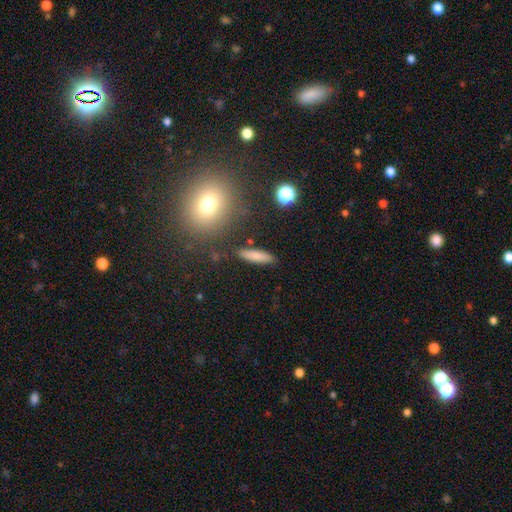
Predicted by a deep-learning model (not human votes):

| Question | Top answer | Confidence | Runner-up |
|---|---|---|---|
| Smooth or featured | smooth | 81% | featured or disk (11%) |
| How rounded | cigar-shaped | 70% | in between (28%) |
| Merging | none | 87% | minor disturbance (8%) |